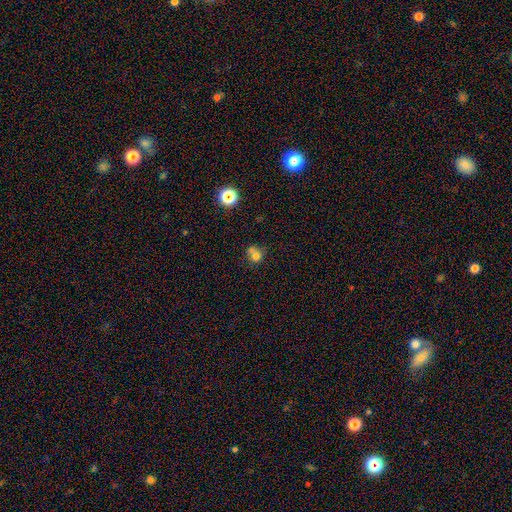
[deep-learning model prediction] This is likely a smooth galaxy (71%). How rounded: clearly round (81%). Merging: possibly merger (46%).